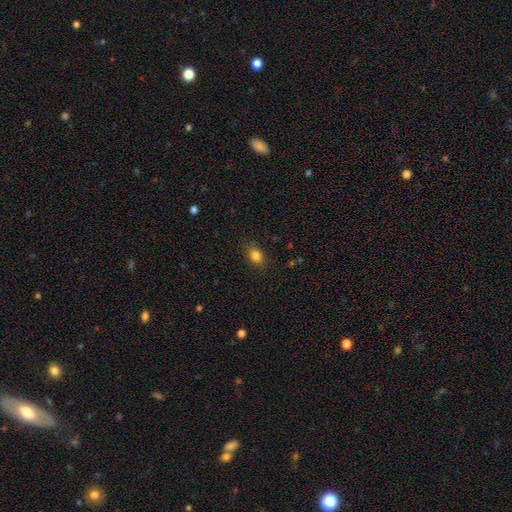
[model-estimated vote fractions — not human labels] A smooth galaxy with no disk features (83%) that is in between round and cigar-shaped (72%).

Vote fractions:
- Smooth or featured? smooth: 83% / star or artifact: 10% / featured or disk: 6%
- How rounded? in between: 72% / round: 25% / cigar-shaped: 2%
- Merging? none: 83% / minor disturbance: 13% / major disturbance: 3% / merger: 1%